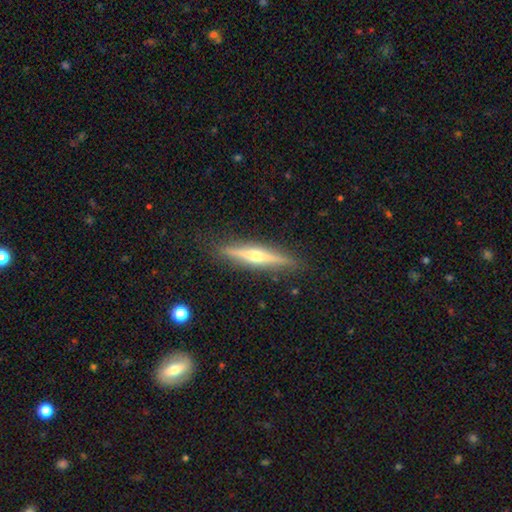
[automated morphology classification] smooth_or_featured: featured or disk (p=0.72) [alt: smooth p=0.22]
disk_edge_on: yes (p=0.97) [alt: no p=0.03]
edge_on_bulge: rounded (p=0.89) [alt: none p=0.07]
merging: none (p=0.89) [alt: minor disturbance p=0.08]